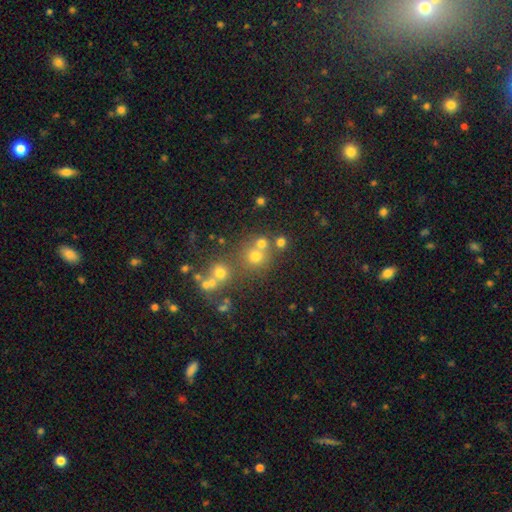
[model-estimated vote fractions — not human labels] Smooth or featured? smooth (65%)
How rounded? round (89%)
Merging? none (61%)